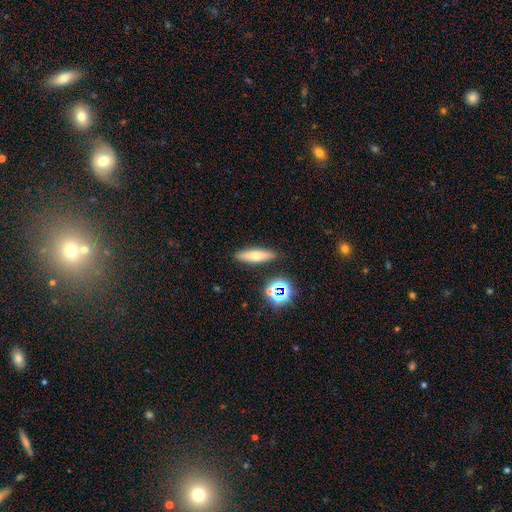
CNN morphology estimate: Smooth or featured: smooth — 61% (featured or disk — 27%)
How rounded: cigar-shaped — 69% (in between — 27%)
Merging: none — 87% (minor disturbance — 8%)